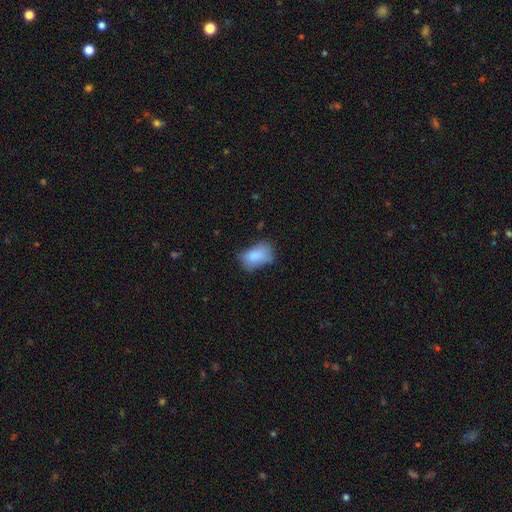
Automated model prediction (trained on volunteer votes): Smooth or featured: smooth — 81% (featured or disk — 10%)
How rounded: in between — 87% (round — 11%)
Merging: none — 45% (minor disturbance — 37%)